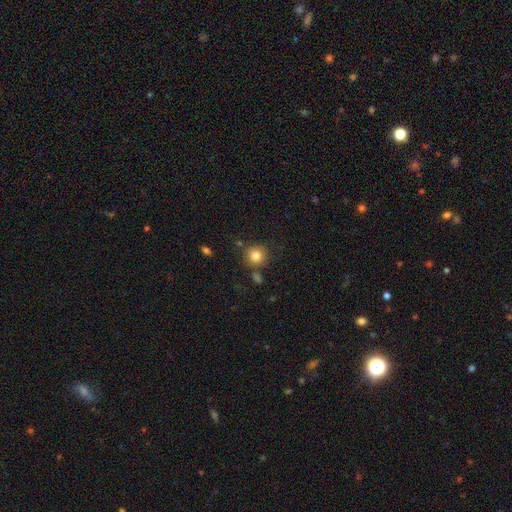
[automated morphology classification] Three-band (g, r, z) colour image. It shows a smooth galaxy with no disk features (82%) that is round (92%). Merging: none (79%).